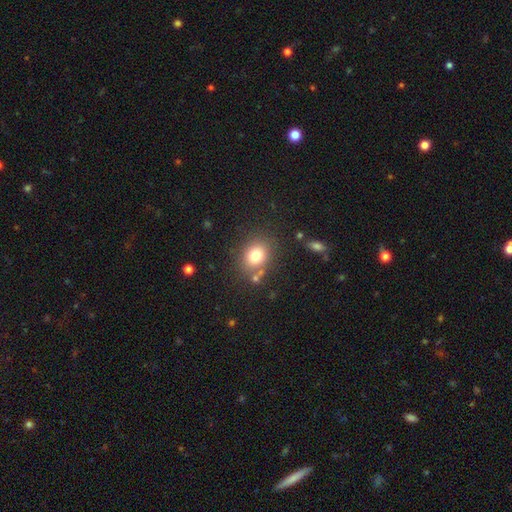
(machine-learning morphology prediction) Q: Smooth or featured?
A: smooth (78%); runner-up: star or artifact (12%)
Q: How rounded?
A: round (56%); runner-up: in between (43%)
Q: Merging?
A: none (76%); runner-up: minor disturbance (11%)